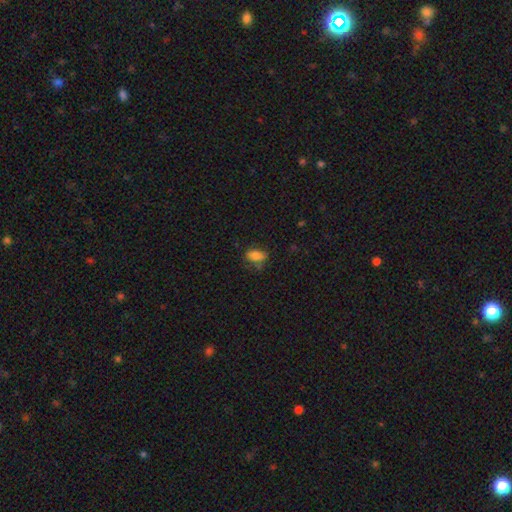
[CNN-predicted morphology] Q: Smooth or featured?
A: smooth (78%); runner-up: featured or disk (12%)
Q: How rounded?
A: in between (85%); runner-up: round (9%)
Q: Merging?
A: none (61%); runner-up: minor disturbance (26%)